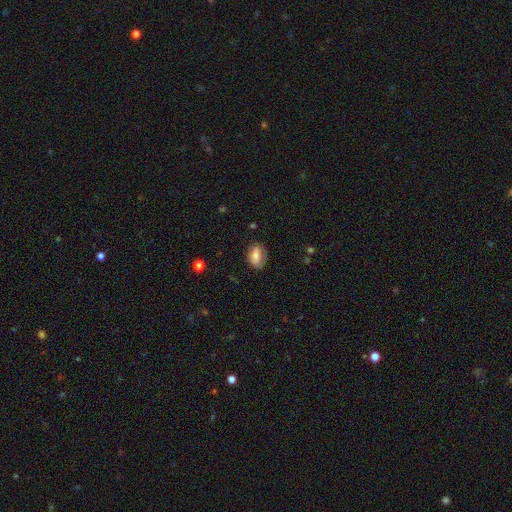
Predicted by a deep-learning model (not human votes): The model was most divided on "merging": none: 72%, minor disturbance: 20%, major disturbance: 6%, merger: 2%. More confident: how rounded — in between (84%); smooth or featured — smooth (72%).